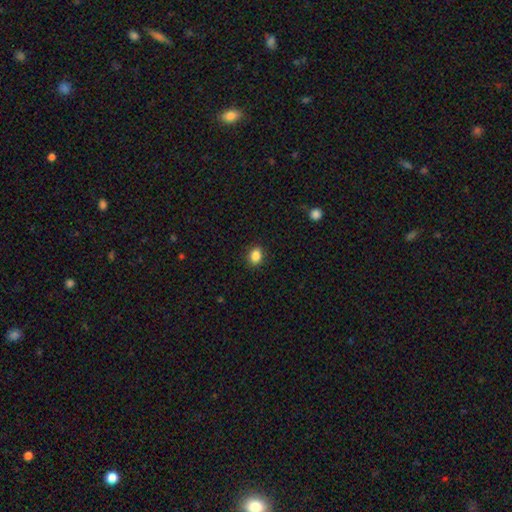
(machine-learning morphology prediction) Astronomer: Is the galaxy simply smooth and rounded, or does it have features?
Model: smooth — 87%.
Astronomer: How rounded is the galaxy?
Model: in between — 58% (runner-up: round, 41%).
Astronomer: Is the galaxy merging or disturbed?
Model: none — 90%.